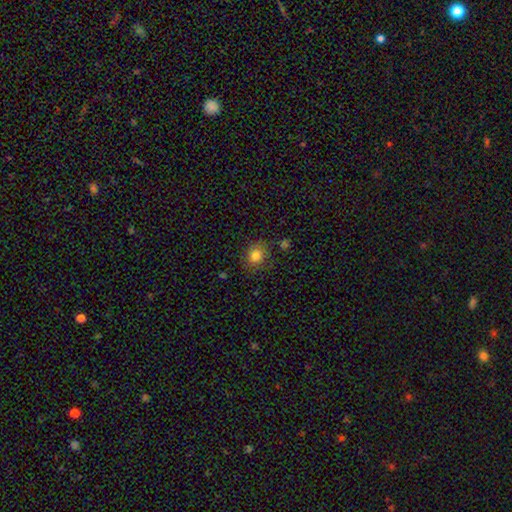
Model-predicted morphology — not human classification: Q: Smooth or featured?
A: smooth (81%); runner-up: star or artifact (11%)
Q: How rounded?
A: round (76%); runner-up: in between (24%)
Q: Merging?
A: none (81%); runner-up: minor disturbance (13%)